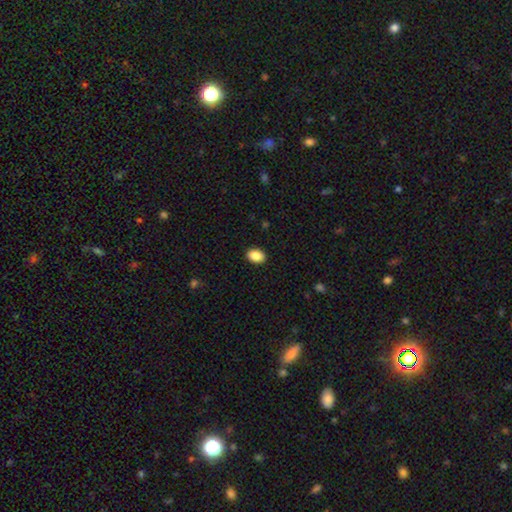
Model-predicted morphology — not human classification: Overall: smooth (88%). How rounded: in between (79%). Merging: none (90%).